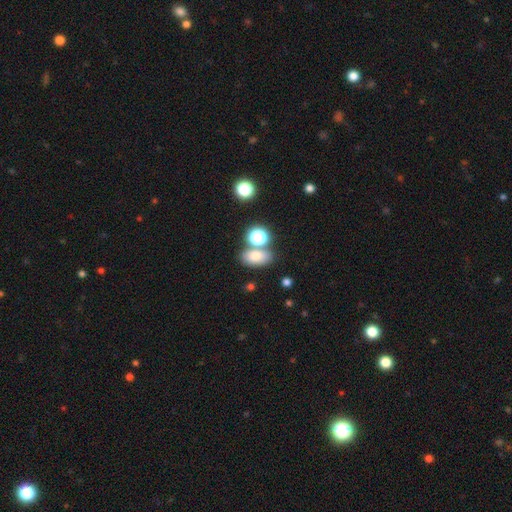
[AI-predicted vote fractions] Q: Smooth or featured?
A: smooth (74%); runner-up: star or artifact (15%)
Q: How rounded?
A: in between (77%); runner-up: round (21%)
Q: Merging?
A: none (62%); runner-up: merger (23%)